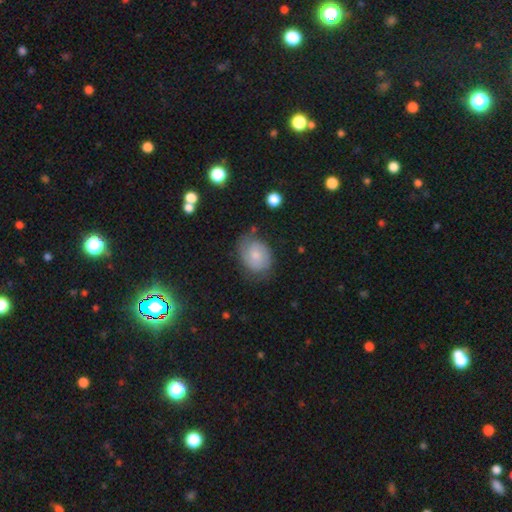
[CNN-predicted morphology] This is possibly a smooth galaxy (49%). Merging: likely none (62%).